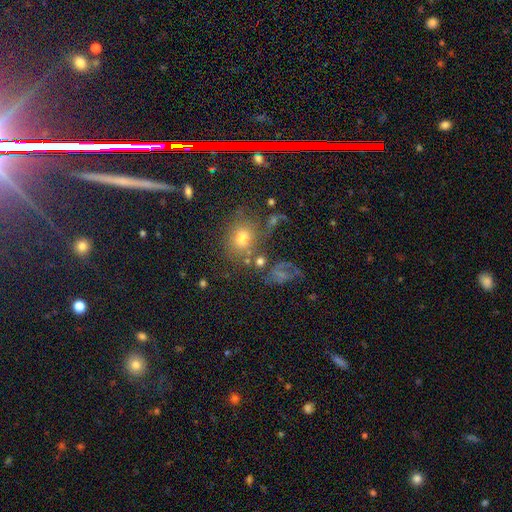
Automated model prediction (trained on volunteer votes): Q: Smooth or featured?
A: star or artifact (52%); runner-up: smooth (34%)